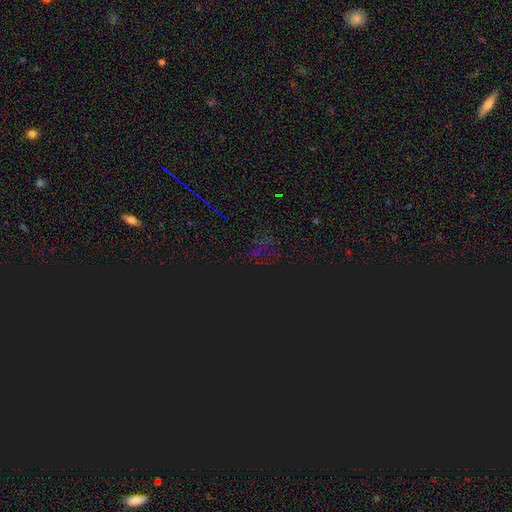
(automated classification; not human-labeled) Morphology: type=star or artifact (82%).